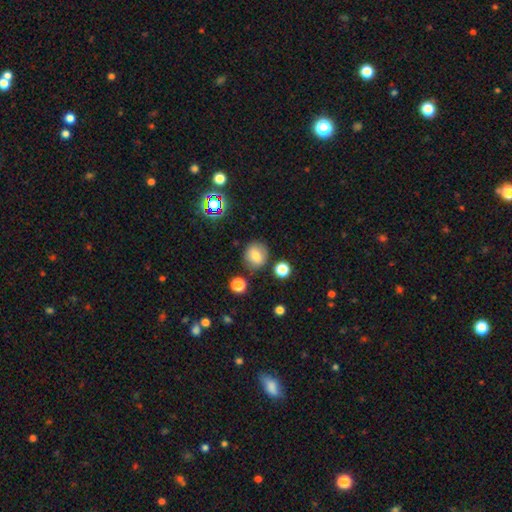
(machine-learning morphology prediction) smooth-or-featured: smooth: 73% | star or artifact: 14% | featured or disk: 13%
  how-rounded: round: 77% | in between: 22% | cigar-shaped: 1%
  merging: none: 78% | minor disturbance: 13% | merger: 5% | major disturbance: 4%